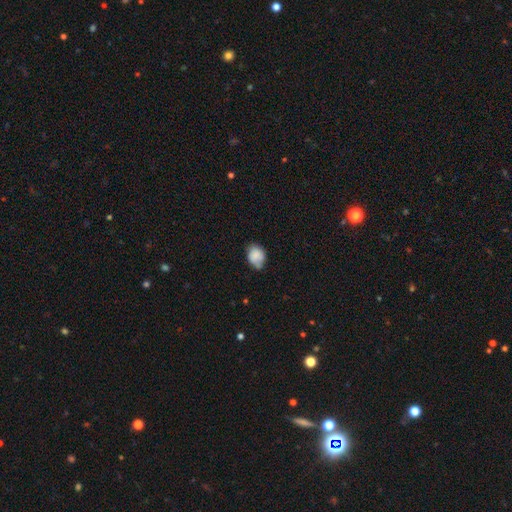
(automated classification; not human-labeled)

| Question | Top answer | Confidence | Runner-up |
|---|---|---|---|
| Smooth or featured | smooth | 80% | featured or disk (11%) |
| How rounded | in between | 59% | round (40%) |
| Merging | none | 53% | minor disturbance (35%) |